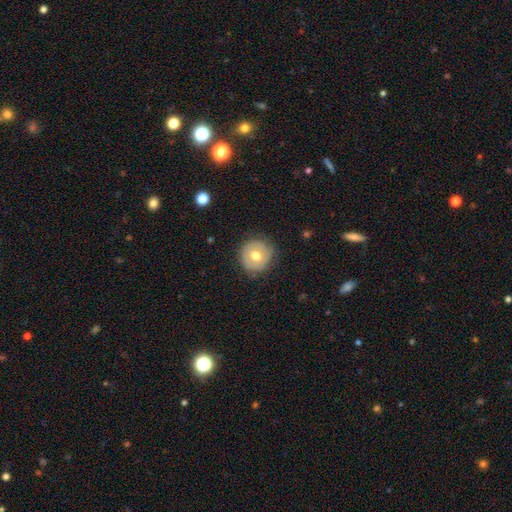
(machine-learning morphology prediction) A smooth galaxy with no disk features (57%) that is round (91%). Merging: none (77%).